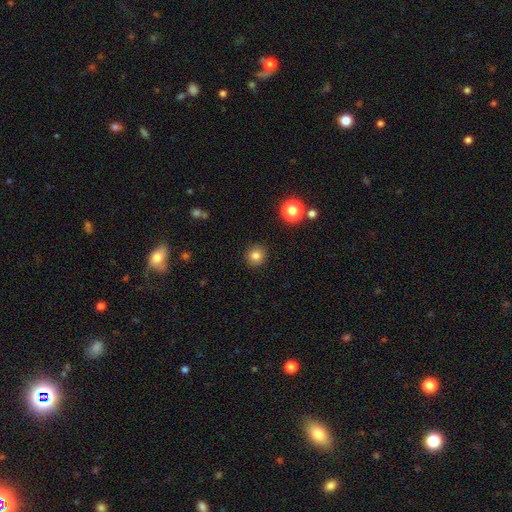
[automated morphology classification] This appears to be a smooth galaxy with no disk features (82%) that is round (91%). Merging: none (91%).